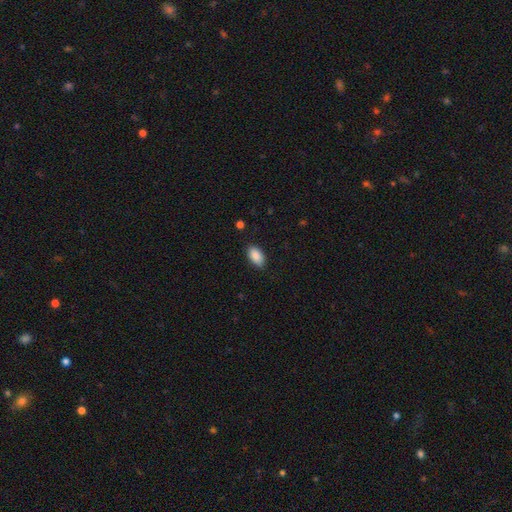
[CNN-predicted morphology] type=smooth (89%); roundness=in between (94%); merging=none (86%).